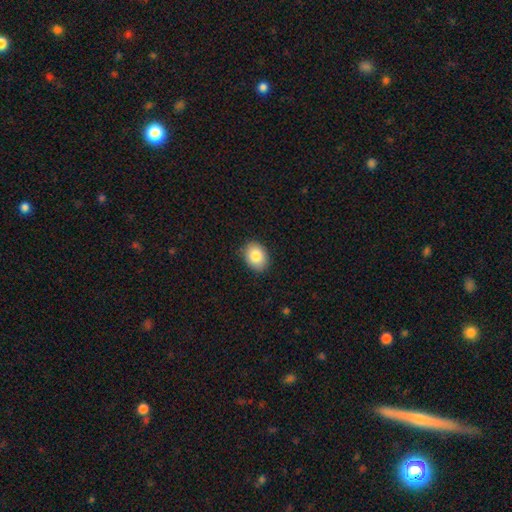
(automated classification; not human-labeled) Smooth or featured? Predicted: smooth (p=0.84). How rounded? Predicted: in between (p=0.67). Merging? Predicted: none (p=0.88).